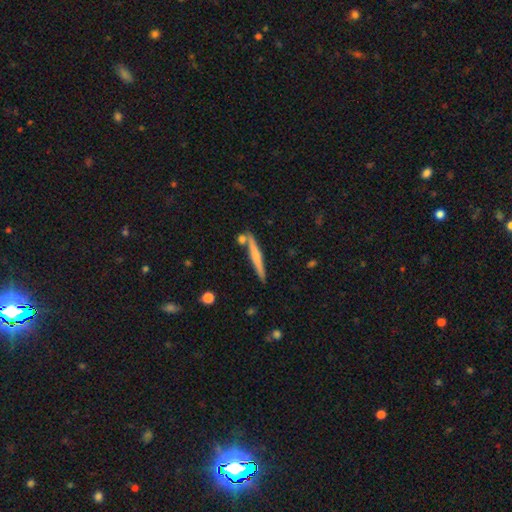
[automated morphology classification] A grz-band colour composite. It shows a featured or disk galaxy (49%). Merging: none (81%).